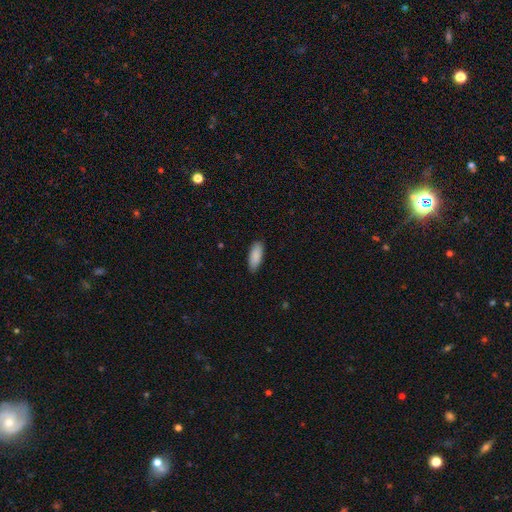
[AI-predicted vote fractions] Smooth or featured? smooth (89%)
How rounded? in between (76%)
Merging? none (87%)